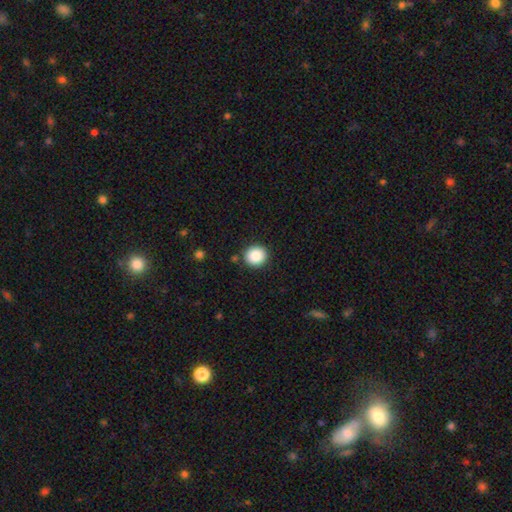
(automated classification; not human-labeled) smooth_or_featured: smooth (p=0.87) [alt: star or artifact p=0.09]
how_rounded: round (p=0.90) [alt: in between p=0.10]
merging: none (p=0.89) [alt: minor disturbance p=0.07]